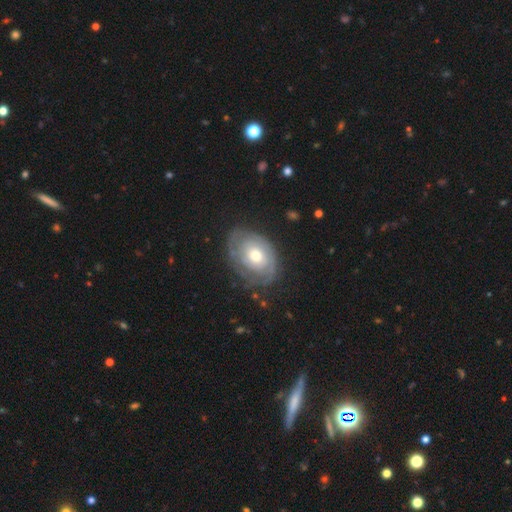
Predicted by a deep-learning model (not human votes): This is likely a featured or disk galaxy (70%). It is clearly not viewed edge-on (95%). Bar: clearly no (82%). Spiral arm pattern: likely yes (78%). Spiral arm count: possibly can't tell (49%). Spiral winding: likely tight (73%). Central bulge: likely moderate (69%). Merging: likely none (69%).